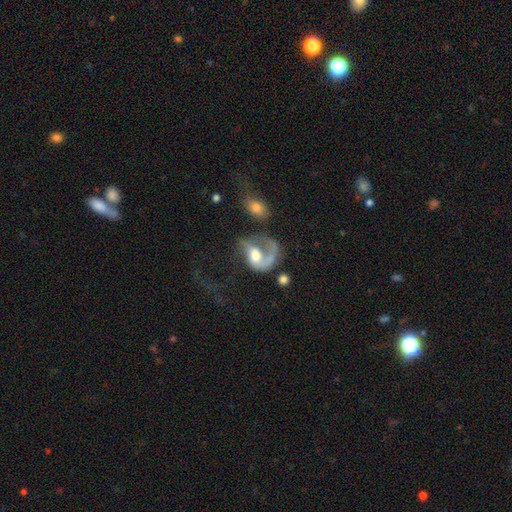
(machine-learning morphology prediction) The model was most divided on "spiral winding": loose: 49%, medium: 34%, tight: 17%. Remaining: edge-on disk — no (97%); spiral arms — yes (80%); spiral arm count — 1 (80%); smooth or featured — featured or disk (69%); bar — no (65%); bulge size — moderate (54%); merging — major disturbance (49%).